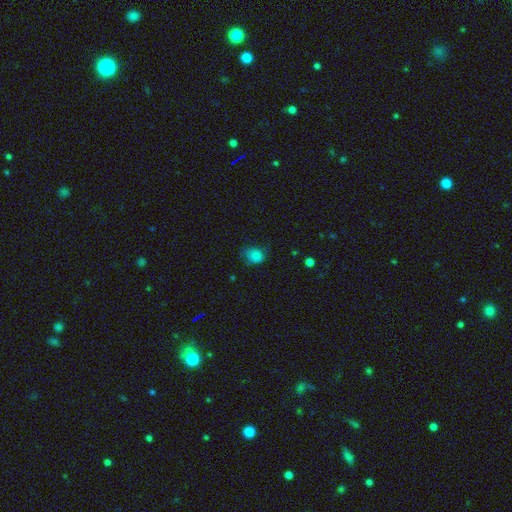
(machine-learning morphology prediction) smooth_or_featured: smooth (p=0.82) [alt: star or artifact p=0.12]
how_rounded: round (p=0.60) [alt: in between p=0.40]
merging: none (p=0.56) [alt: minor disturbance p=0.31]